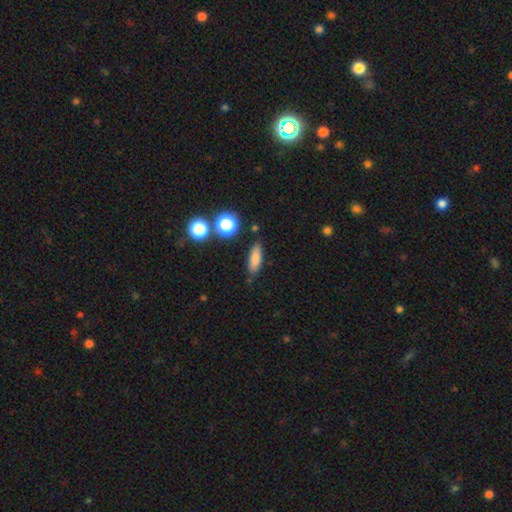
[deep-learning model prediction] A smooth galaxy with no disk features (77%) that is in between round and cigar-shaped (48%). Merging: none (79%).